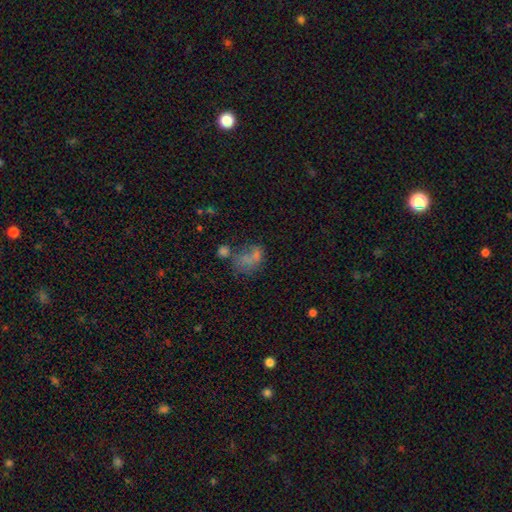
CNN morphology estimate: type=smooth (54%); roundness=in between (71%); merging=merger (36%).